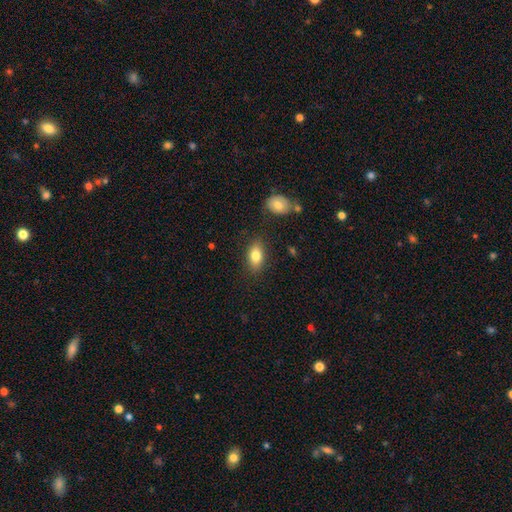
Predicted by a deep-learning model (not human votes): Smooth or featured: smooth — 82% (featured or disk — 11%)
How rounded: in between — 88% (round — 7%)
Merging: none — 83% (minor disturbance — 11%)